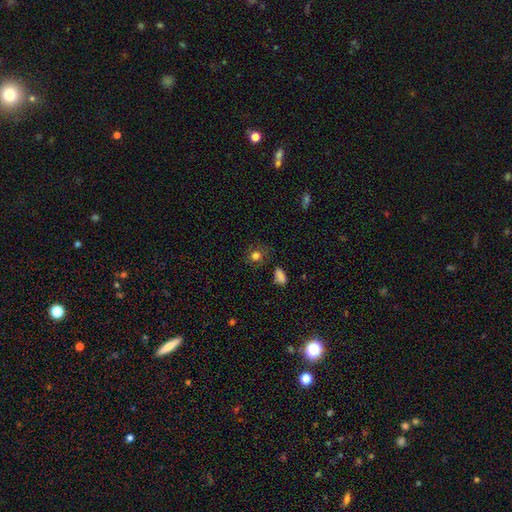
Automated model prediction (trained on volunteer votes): smooth_or_featured: smooth (p=0.77) [alt: star or artifact p=0.14]
how_rounded: round (p=0.65) [alt: in between p=0.33]
merging: none (p=0.73) [alt: minor disturbance p=0.17]